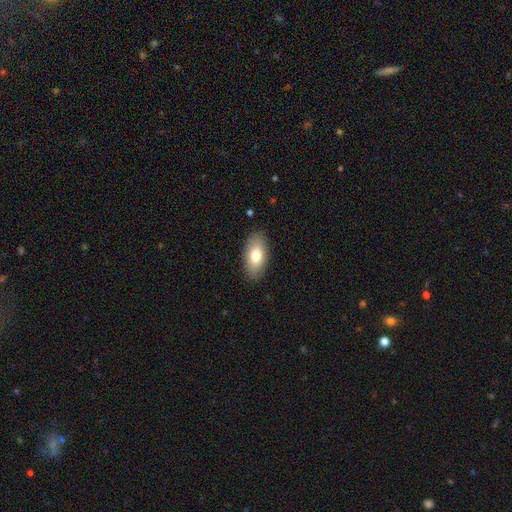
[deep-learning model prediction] A smooth galaxy with no disk features (76%) that is in between round and cigar-shaped (93%). Merging: none (88%).